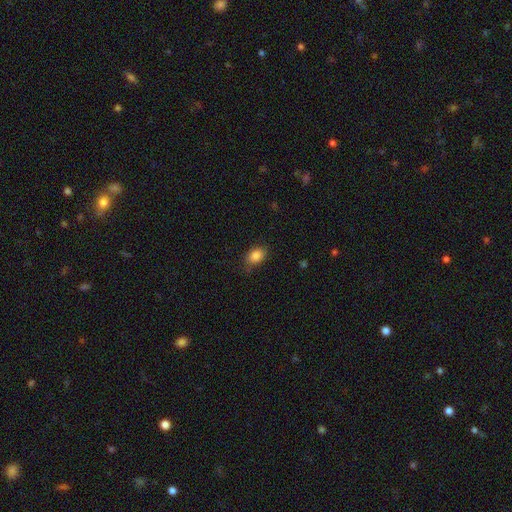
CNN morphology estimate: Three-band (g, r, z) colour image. It shows a smooth galaxy with no disk features (86%) that is in between round and cigar-shaped (74%). Merging: none (79%).